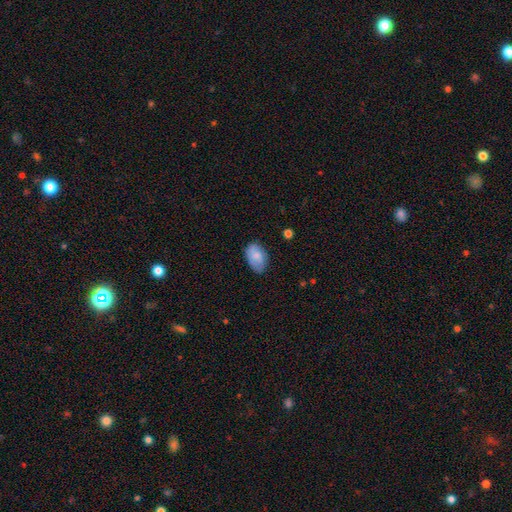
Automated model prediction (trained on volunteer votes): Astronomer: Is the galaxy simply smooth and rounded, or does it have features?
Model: smooth — 78%.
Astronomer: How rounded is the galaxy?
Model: in between — 90%.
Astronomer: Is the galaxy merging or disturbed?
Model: none — 70%.